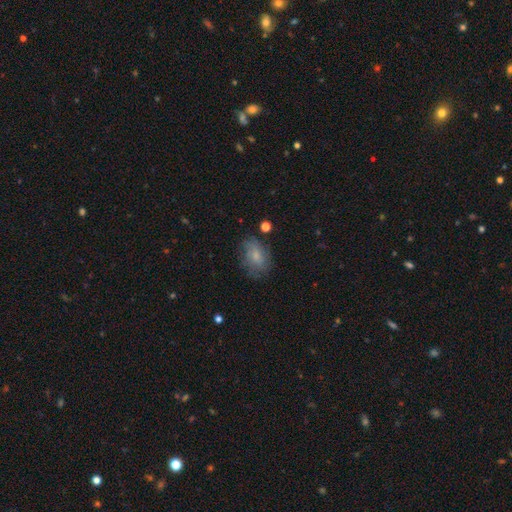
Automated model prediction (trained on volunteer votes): A smooth galaxy with no disk features (69%) that is in between round and cigar-shaped (80%).

Vote fractions:
- Smooth or featured? smooth: 69% / featured or disk: 22% / star or artifact: 9%
- How rounded? in between: 80% / round: 18% / cigar-shaped: 2%
- Merging? none: 66% / minor disturbance: 23% / major disturbance: 9% / merger: 2%